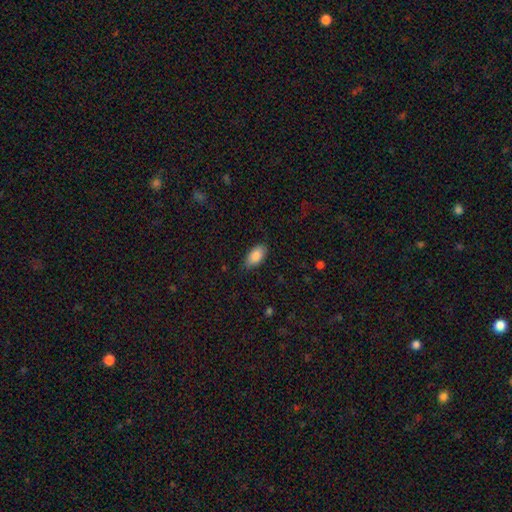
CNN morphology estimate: smooth-or-featured: smooth: 87% | star or artifact: 7% | featured or disk: 6%
  how-rounded: in between: 92% | cigar-shaped: 5% | round: 3%
  merging: none: 82% | minor disturbance: 14% | major disturbance: 3% | merger: 1%